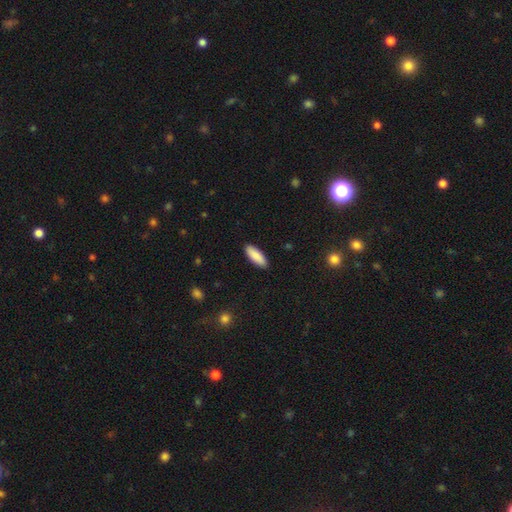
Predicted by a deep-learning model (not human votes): Overall: smooth (89%). How rounded: in between (70%). Merging: none (90%).